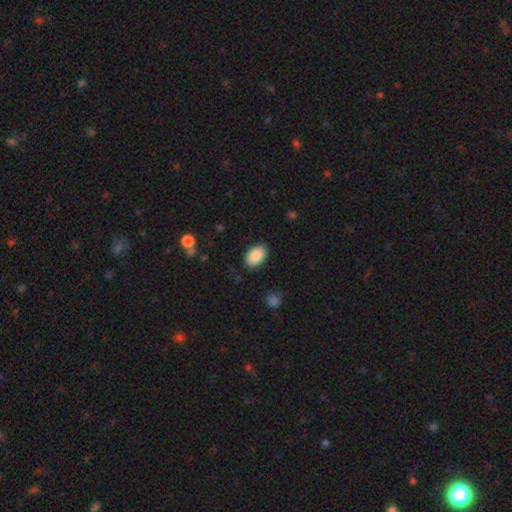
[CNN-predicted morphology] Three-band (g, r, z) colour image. It shows a smooth galaxy with no disk features (89%) that is in between round and cigar-shaped (91%). Merging: none (88%).